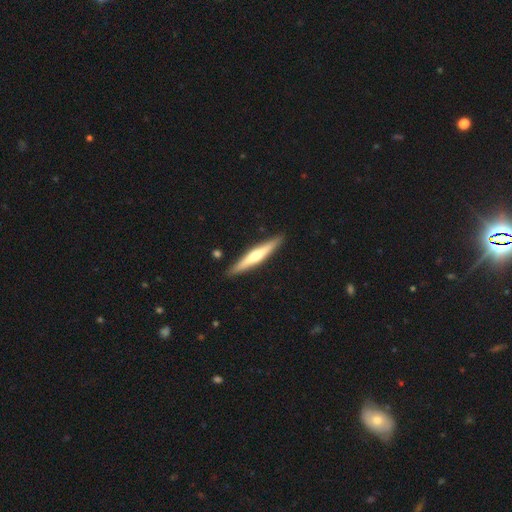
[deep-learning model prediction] This is possibly a featured or disk galaxy (53%). It is clearly viewed edge-on (96%). Edge-on bulge: likely rounded (79%). Merging: clearly none (90%).